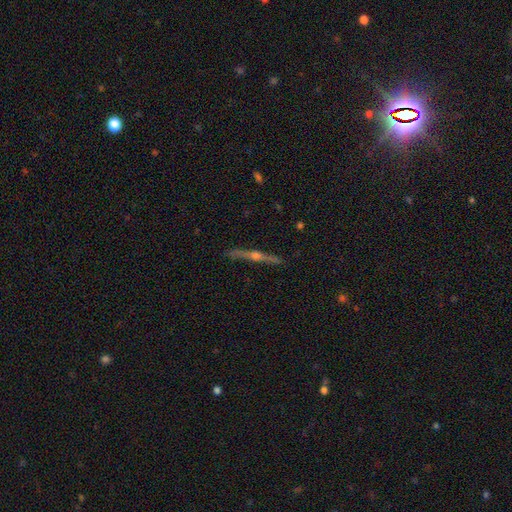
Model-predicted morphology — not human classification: Q: Smooth or featured?
A: featured or disk (83%); runner-up: smooth (11%)
Q: Edge-on disk?
A: yes (98%); runner-up: no (2%)
Q: Edge-on bulge?
A: rounded (93%); runner-up: none (4%)
Q: Merging?
A: none (90%); runner-up: minor disturbance (7%)